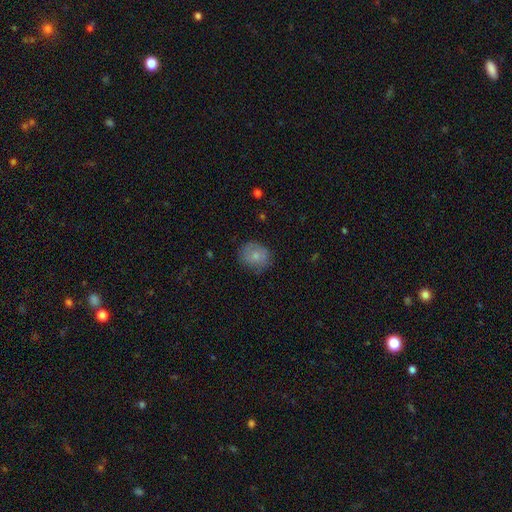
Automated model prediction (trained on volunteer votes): This is likely a smooth galaxy (76%). How rounded: likely round (67%). Merging: likely none (76%).